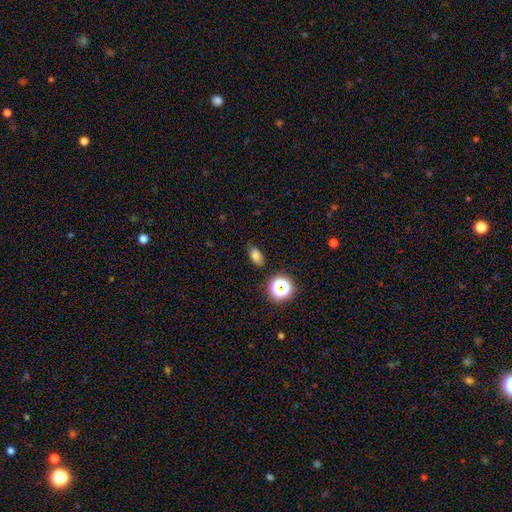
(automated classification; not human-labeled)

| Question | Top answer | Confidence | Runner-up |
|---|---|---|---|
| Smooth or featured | smooth | 76% | star or artifact (17%) |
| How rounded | in between | 84% | round (13%) |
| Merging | none | 83% | minor disturbance (12%) |